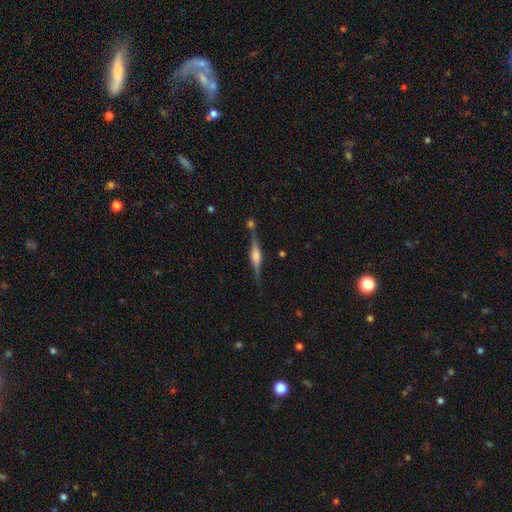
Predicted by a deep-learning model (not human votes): Morphology: type=featured or disk (79%); edge-on=yes (98%); edge-on bulge=rounded (80%); merging=none (78%).